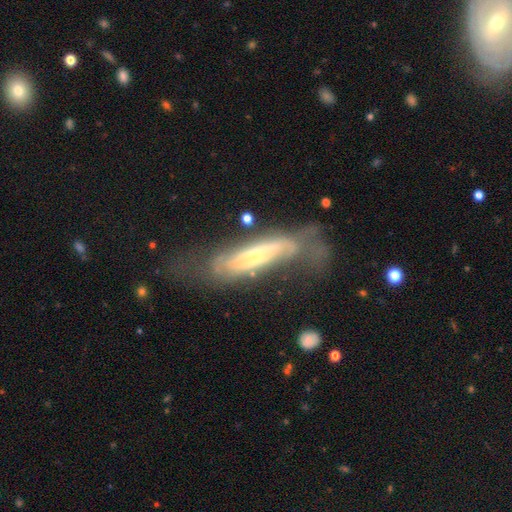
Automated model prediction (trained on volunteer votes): Q: Smooth or featured?
A: featured or disk (64%); runner-up: smooth (30%)
Q: Edge-on disk?
A: no (61%); runner-up: yes (39%)
Q: Merging?
A: none (35%); runner-up: major disturbance (34%)